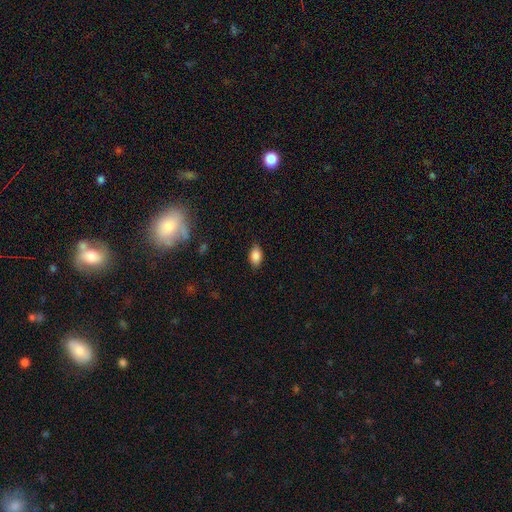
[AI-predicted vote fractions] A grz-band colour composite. It shows a smooth galaxy with no disk features (86%) that is in between round and cigar-shaped (90%). Merging: none (84%).